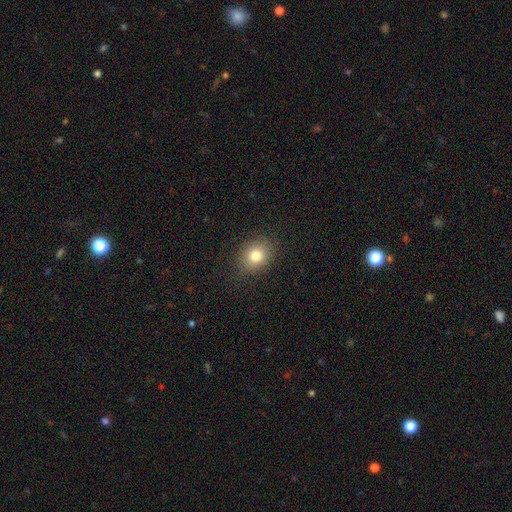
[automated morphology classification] A smooth galaxy with no disk features (80%) that is round (60%). Merging: none (87%).